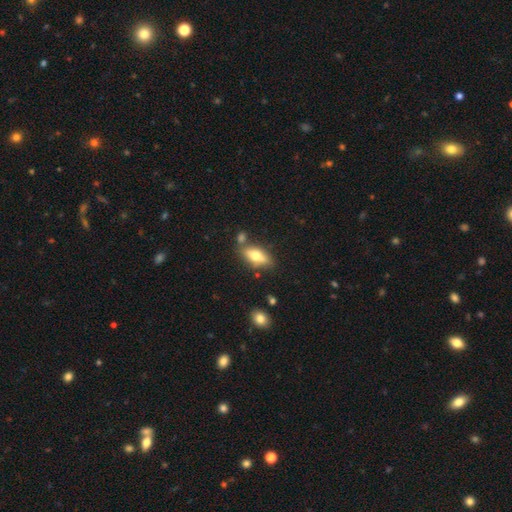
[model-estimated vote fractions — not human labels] smooth 65%, featured or disk 28%, star or artifact 7%. Down the decision tree: how rounded — in between (76%); merging — none (71%).